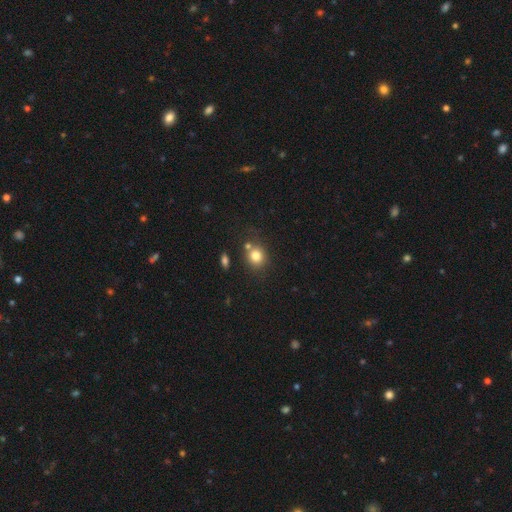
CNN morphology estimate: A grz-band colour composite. It shows a smooth galaxy with no disk features (80%) that is round (76%). Merging: none (67%).